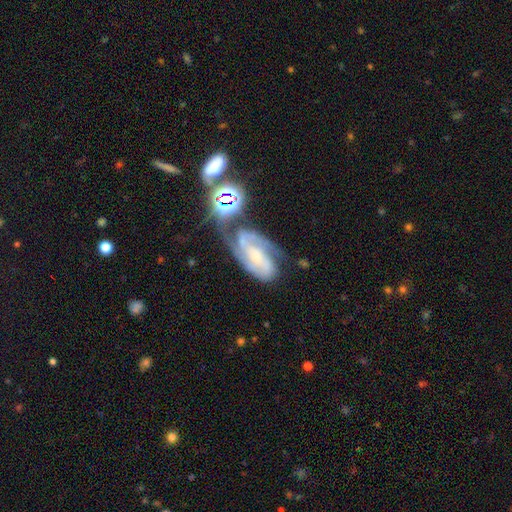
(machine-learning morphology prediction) A featured or disk galaxy (81%) with no bar (44%), 2 (54%) tight (47%) spiral arms (96%) and a small central bulge (48%).

Vote fractions:
- Smooth or featured? featured or disk: 81% / star or artifact: 10% / smooth: 9%
- Edge-on disk? no: 96% / yes: 4%
- Bar? no: 44% / weak: 38% / strong: 18%
- Spiral arms? yes: 96% / no: 4%
- Spiral winding? tight: 47% / medium: 43% / loose: 10%
- Spiral arm count? 2: 54% / 3: 22% / can't tell: 13% / 1: 4% / 4: 4% / more than 4: 3%
- Bulge size? small: 48% / moderate: 32% / none: 14% / large: 5% / dominant: 2%
- Merging? none: 51% / minor disturbance: 22% / major disturbance: 16% / merger: 11%